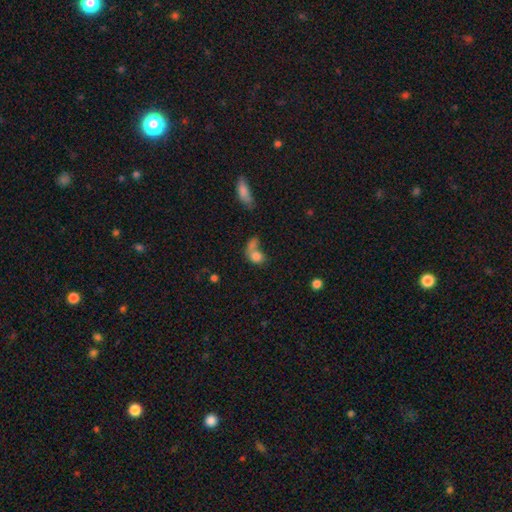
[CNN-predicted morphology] The model was most divided on "how rounded": in between: 60%, round: 37%, cigar-shaped: 3%. More confident: smooth or featured — smooth (74%); merging — merger (53%).